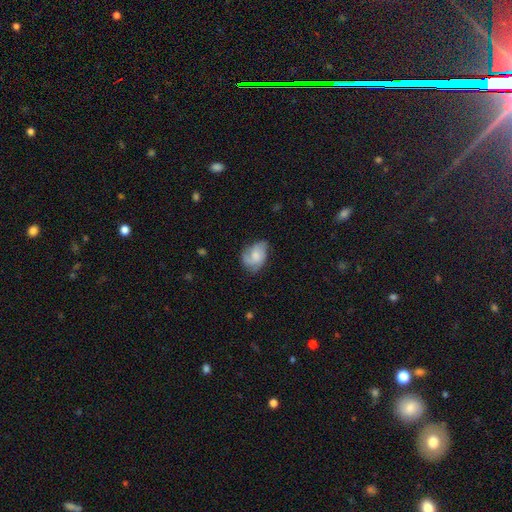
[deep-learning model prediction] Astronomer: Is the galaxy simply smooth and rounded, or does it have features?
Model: smooth — 49% (runner-up: featured or disk, 43%).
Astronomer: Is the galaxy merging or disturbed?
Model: none — 53% (runner-up: minor disturbance, 31%).